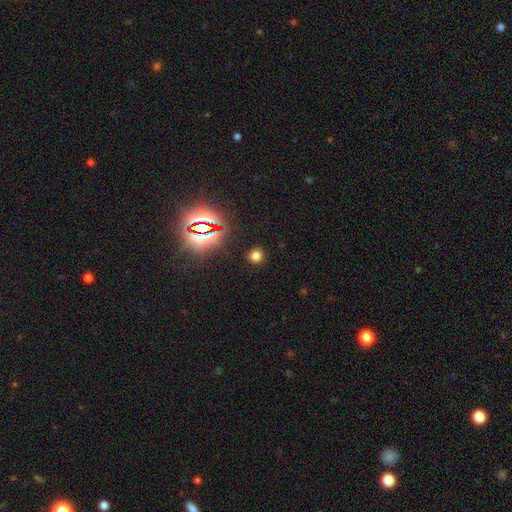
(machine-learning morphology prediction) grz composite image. It shows a smooth galaxy with no disk features (70%) that is round (90%). Merging: none (90%).